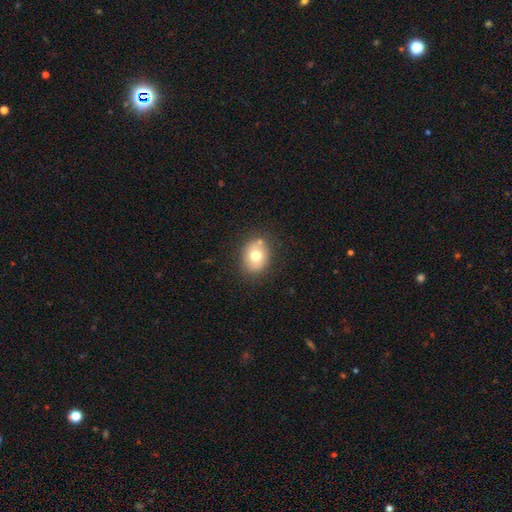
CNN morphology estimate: type=smooth (73%); roundness=round (55%); merging=none (81%).